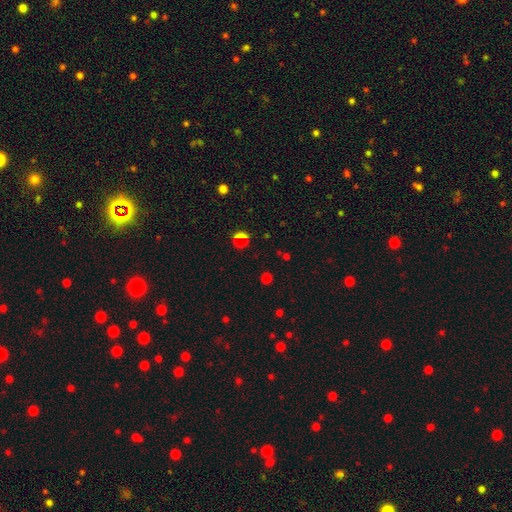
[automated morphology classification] type=smooth (47%); merging=none (82%).